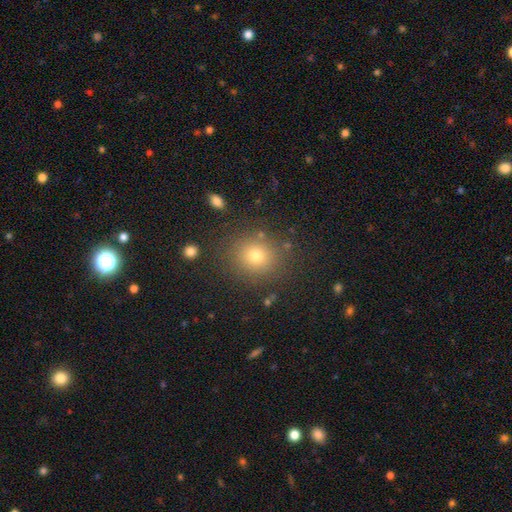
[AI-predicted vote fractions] Smooth or featured?
  - smooth: 75% *
  - star or artifact: 16%
  - featured or disk: 9%
How rounded?
  - round: 77% *
  - in between: 22%
  - cigar-shaped: 1%
Merging?
  - none: 85% *
  - minor disturbance: 9%
  - major disturbance: 4%
  - merger: 3%